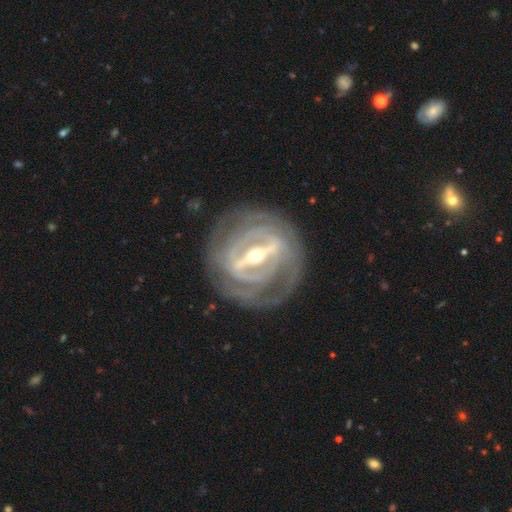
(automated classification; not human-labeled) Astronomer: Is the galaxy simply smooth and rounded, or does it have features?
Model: featured or disk — 90%.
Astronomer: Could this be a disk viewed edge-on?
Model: no — 89%.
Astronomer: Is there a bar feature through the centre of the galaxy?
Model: strong — 83%.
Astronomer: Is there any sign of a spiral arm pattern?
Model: yes — 83%.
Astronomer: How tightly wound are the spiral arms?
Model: tight — 75%.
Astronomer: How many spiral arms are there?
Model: can't tell — 36% (runner-up: 2, 25%).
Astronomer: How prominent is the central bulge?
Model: moderate — 53% (runner-up: small, 41%).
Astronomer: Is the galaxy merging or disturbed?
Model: none — 79%.